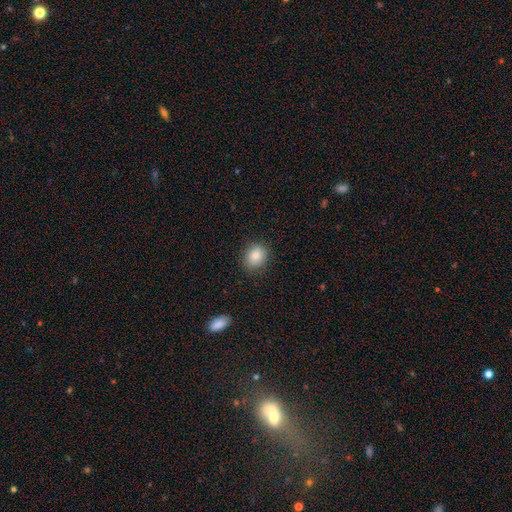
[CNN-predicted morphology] Smooth or featured? smooth (85%)
How rounded? round (64%)
Merging? none (85%)